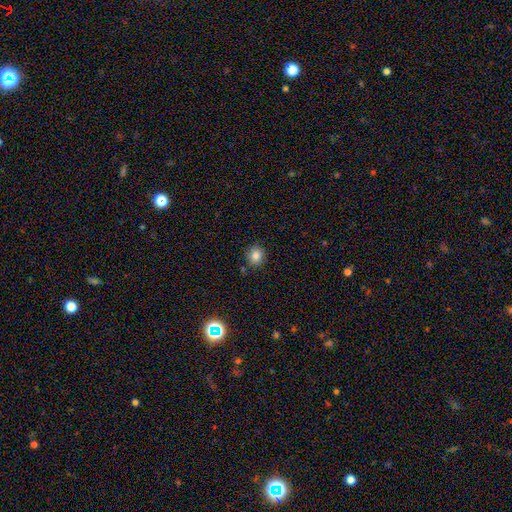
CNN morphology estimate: Smooth or featured?
  - smooth: 82% *
  - star or artifact: 12%
  - featured or disk: 6%
How rounded?
  - round: 80% *
  - in between: 19%
  - cigar-shaped: 1%
Merging?
  - none: 84% *
  - minor disturbance: 10%
  - merger: 3%
  - major disturbance: 2%